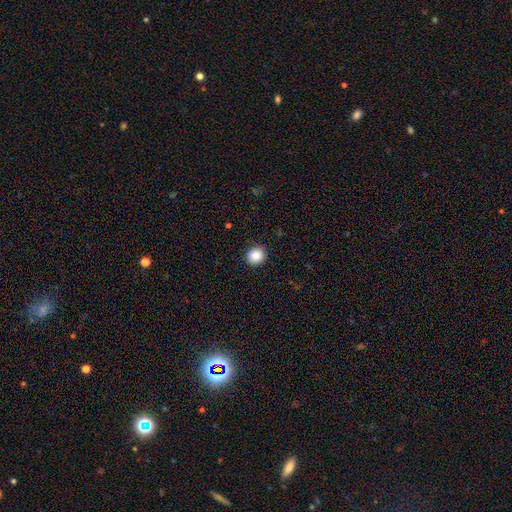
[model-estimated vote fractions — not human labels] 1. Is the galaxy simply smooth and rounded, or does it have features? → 88% smooth, 9% star or artifact, 4% featured or disk.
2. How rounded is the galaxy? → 80% round, 19% in between, 1% cigar-shaped.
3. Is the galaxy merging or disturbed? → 91% none, 6% minor disturbance, 2% major disturbance, 1% merger.